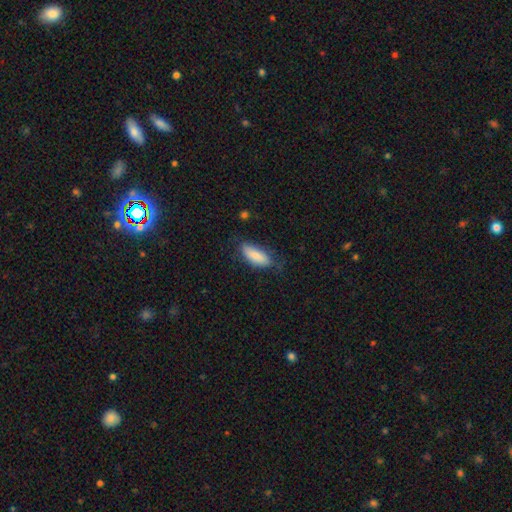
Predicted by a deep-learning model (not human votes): A smooth galaxy with no disk features (82%) that is in between round and cigar-shaped (81%).

Vote fractions:
- Smooth or featured? smooth: 82% / featured or disk: 12% / star or artifact: 6%
- How rounded? in between: 81% / cigar-shaped: 17% / round: 2%
- Merging? none: 57% / minor disturbance: 31% / major disturbance: 10% / merger: 2%